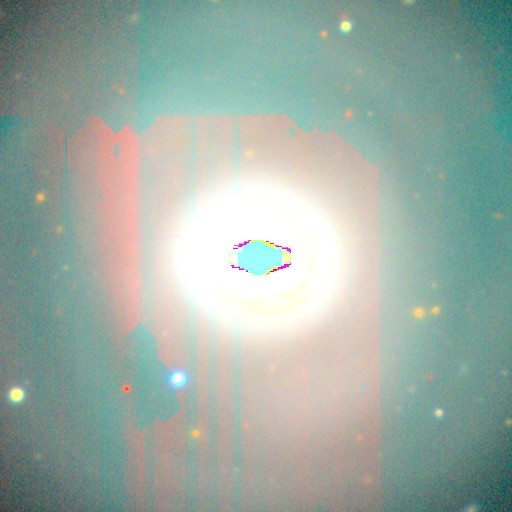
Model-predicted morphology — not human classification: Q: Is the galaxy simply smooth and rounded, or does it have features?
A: featured or disk — 74%.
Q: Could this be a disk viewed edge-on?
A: no — 91%.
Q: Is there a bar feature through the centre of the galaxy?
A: no — 53%.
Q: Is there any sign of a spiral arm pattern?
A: yes — 60%.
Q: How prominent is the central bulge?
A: moderate — 44%.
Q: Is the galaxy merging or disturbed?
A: none — 71%.